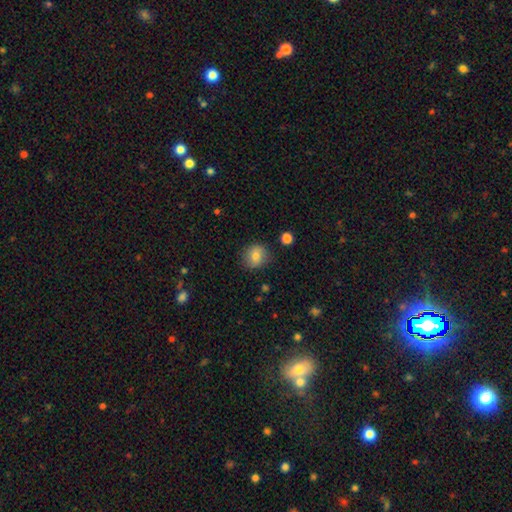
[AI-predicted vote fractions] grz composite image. It shows a smooth galaxy with no disk features (81%) that is round (78%). Merging: none (82%).